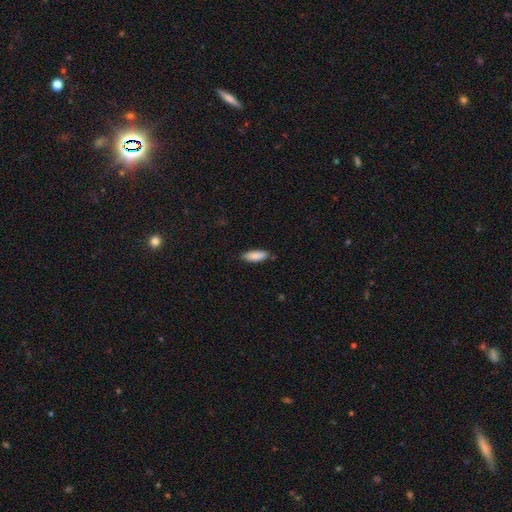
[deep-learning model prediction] The model was most divided on "how rounded": in between: 67%, cigar-shaped: 31%, round: 2%. More confident: smooth or featured — smooth (88%); merging — none (84%).